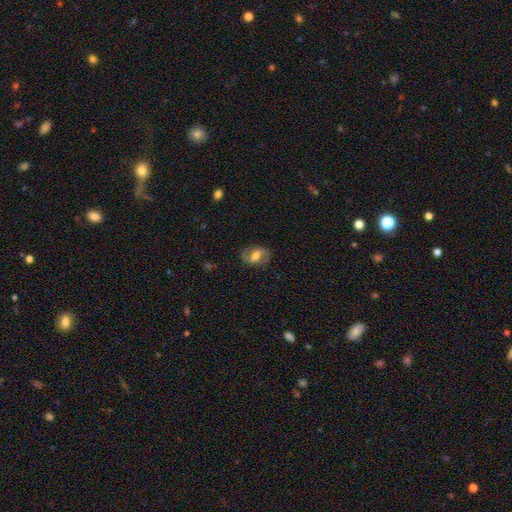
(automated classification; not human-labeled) Morphology: type=featured or disk (53%); edge-on=no (94%); bar=weak (41%); spiral arms=yes (72%); bulge=moderate (52%); merging=none (77%).